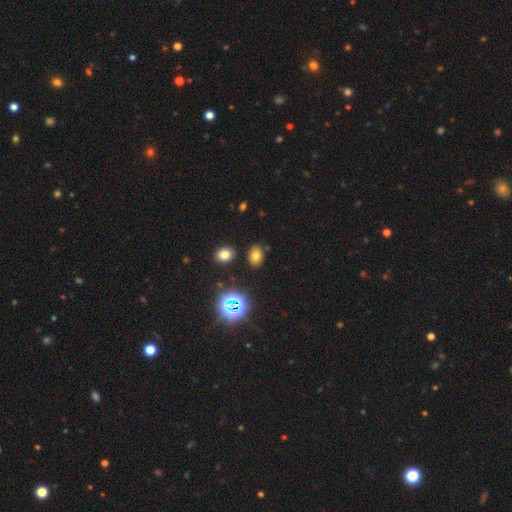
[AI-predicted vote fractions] This is likely a smooth galaxy (69%). How rounded: likely in between (77%). Merging: clearly none (83%).